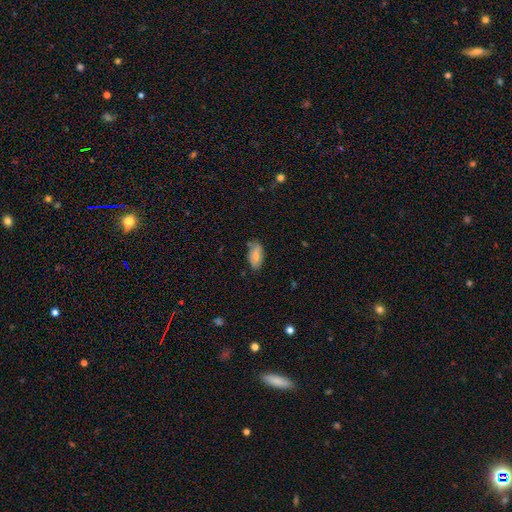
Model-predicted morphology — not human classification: A smooth galaxy with no disk features (71%) that is in between round and cigar-shaped (92%).

Vote fractions:
- Smooth or featured? smooth: 71% / featured or disk: 22% / star or artifact: 7%
- How rounded? in between: 92% / cigar-shaped: 5% / round: 3%
- Merging? none: 71% / minor disturbance: 23% / major disturbance: 4% / merger: 2%